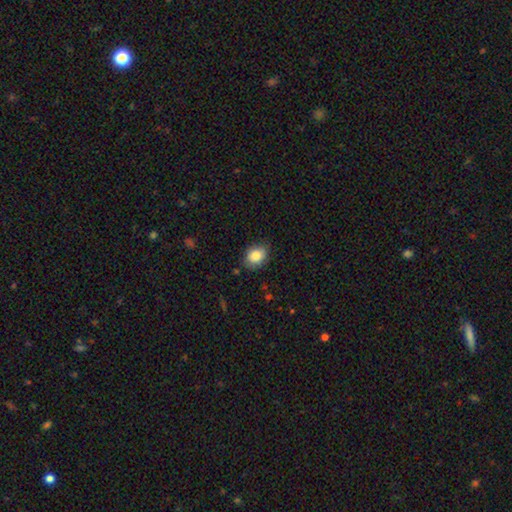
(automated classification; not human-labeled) This is clearly a smooth galaxy (85%). How rounded: likely in between (64%). Merging: likely none (77%).